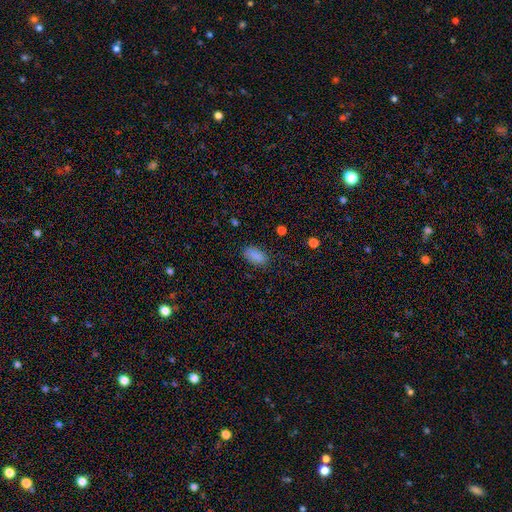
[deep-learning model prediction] Smooth or featured? smooth (87%)
How rounded? in between (93%)
Merging? none (83%)